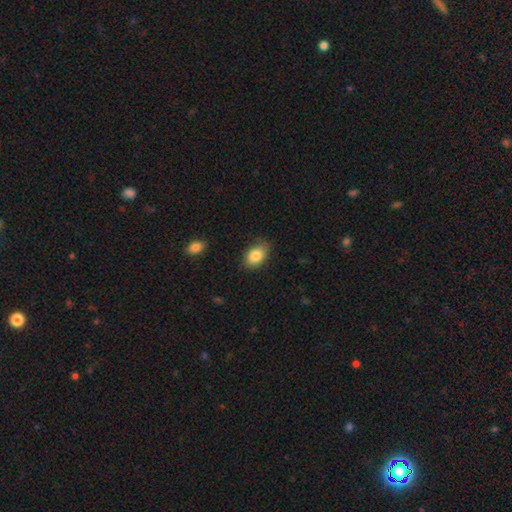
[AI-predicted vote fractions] Smooth or featured?
  - smooth: 85% *
  - star or artifact: 8%
  - featured or disk: 7%
How rounded?
  - in between: 84% *
  - round: 15%
  - cigar-shaped: 1%
Merging?
  - none: 80% *
  - minor disturbance: 16%
  - major disturbance: 3%
  - merger: 1%